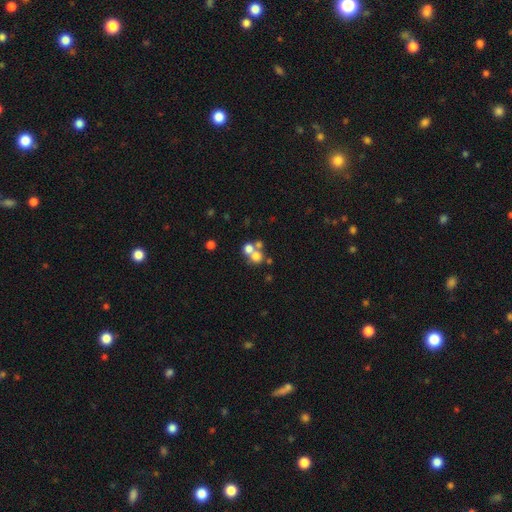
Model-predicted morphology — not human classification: smooth 66%, featured or disk 18%, star or artifact 15%. Down the decision tree: how rounded — round (85%); merging — merger (50%).